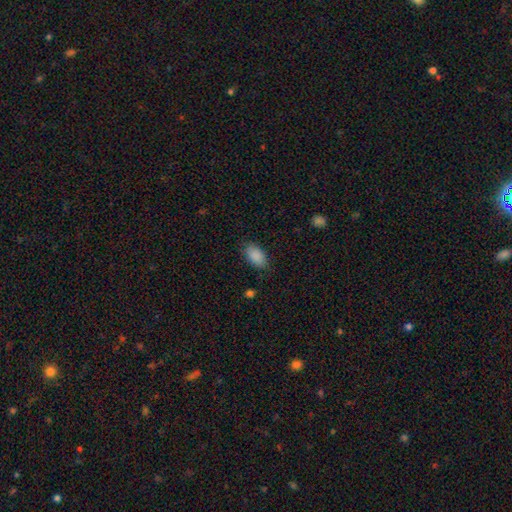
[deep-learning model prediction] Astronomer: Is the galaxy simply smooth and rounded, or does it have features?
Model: smooth — 89%.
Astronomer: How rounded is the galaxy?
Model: in between — 92%.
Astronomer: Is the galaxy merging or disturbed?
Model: none — 82%.